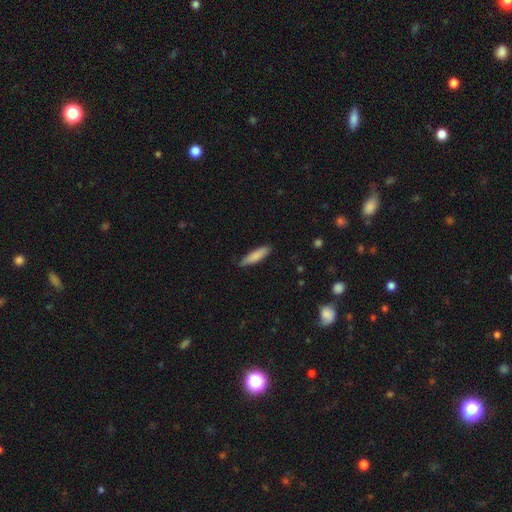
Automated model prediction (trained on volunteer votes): Smooth or featured: smooth — 84% (featured or disk — 10%)
How rounded: cigar-shaped — 72% (in between — 27%)
Merging: none — 81% (minor disturbance — 16%)